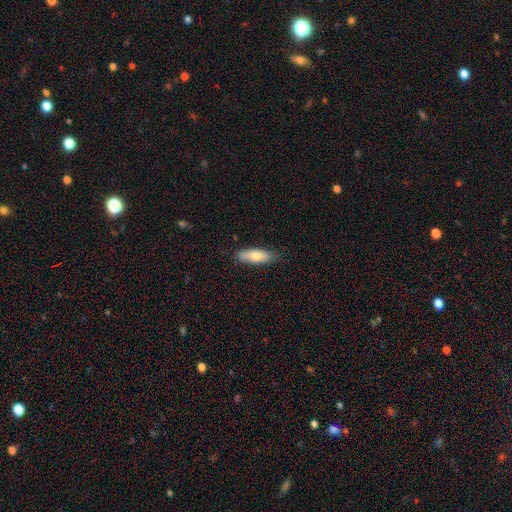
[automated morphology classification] The model was most divided on "how rounded": in between: 60%, cigar-shaped: 38%, round: 2%. More confident: merging — none (82%); smooth or featured — smooth (75%).